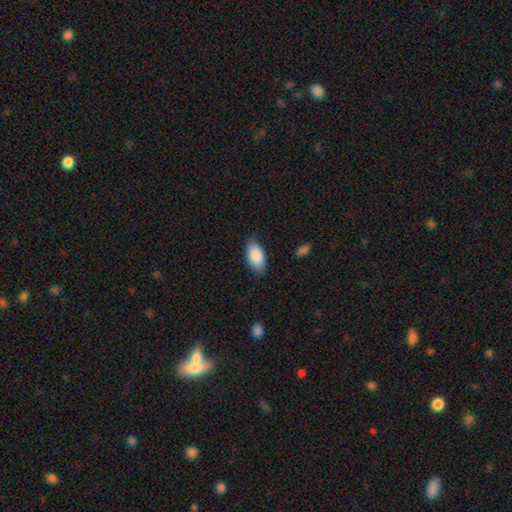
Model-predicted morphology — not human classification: smooth 88%, featured or disk 6%, star or artifact 6%. Down the decision tree: how rounded — in between (94%); merging — none (77%).